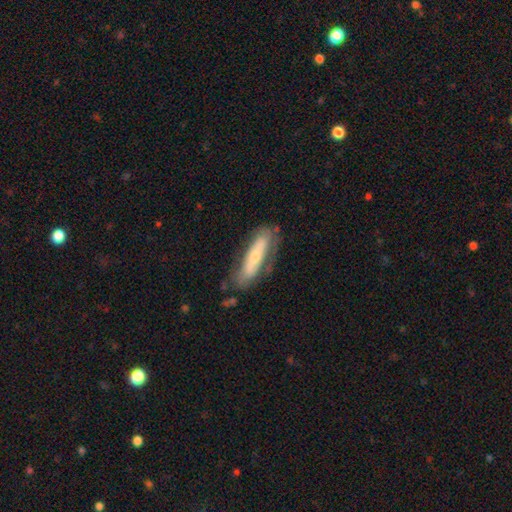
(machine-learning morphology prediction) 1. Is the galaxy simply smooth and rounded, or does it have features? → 48% featured or disk, 46% smooth, 6% star or artifact.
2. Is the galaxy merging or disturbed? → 67% none, 21% minor disturbance, 10% major disturbance, 3% merger.